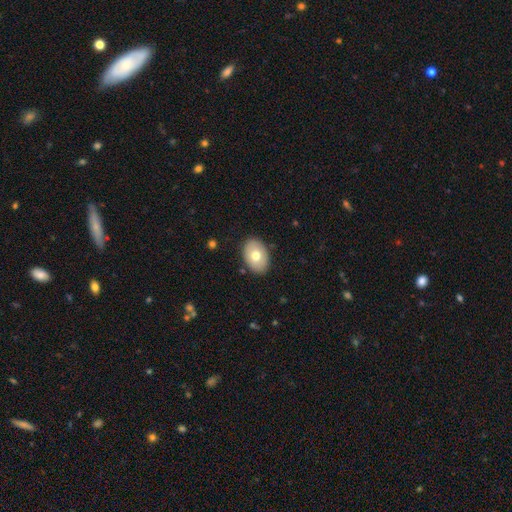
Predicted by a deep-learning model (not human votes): This is likely a smooth galaxy (71%). How rounded: clearly in between (83%). Merging: clearly none (88%).